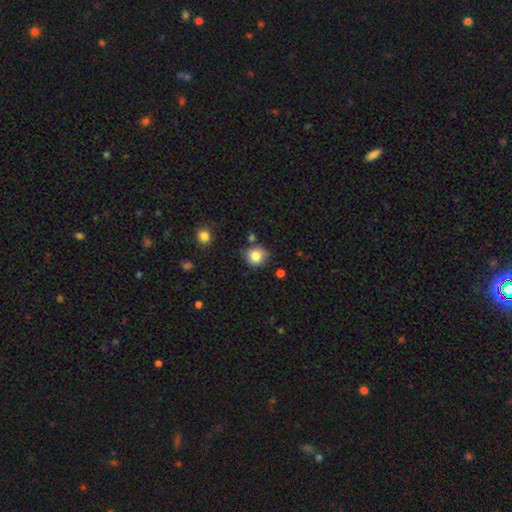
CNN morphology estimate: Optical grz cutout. It shows a smooth galaxy with no disk features (82%) that is round (87%). Merging: none (79%).